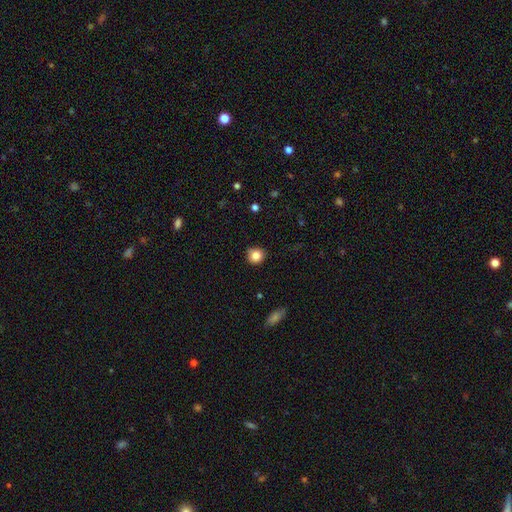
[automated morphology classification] Smooth or featured? smooth (84%)
How rounded? round (87%)
Merging? none (83%)